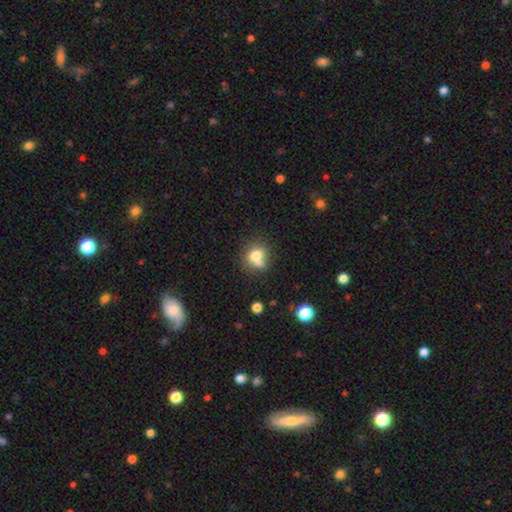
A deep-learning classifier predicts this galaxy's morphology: A smooth galaxy with no disk features (72%) that is round (66%).

Vote fractions:
- Smooth or featured? smooth: 72% / featured or disk: 17% / star or artifact: 11%
- How rounded? round: 66% / in between: 32% / cigar-shaped: 1%
- Merging? merger: 43% / none: 38% / minor disturbance: 13% / major disturbance: 6%